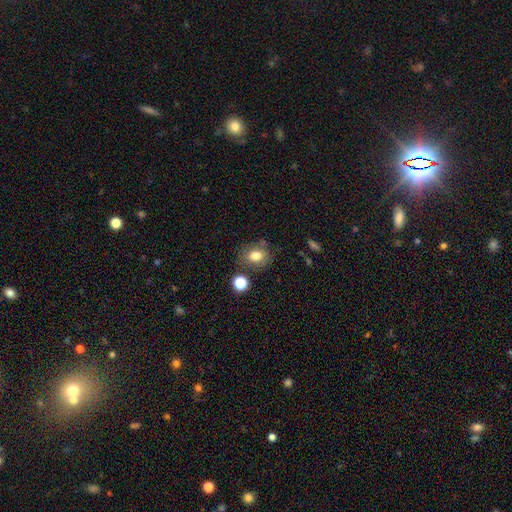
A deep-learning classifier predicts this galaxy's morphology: Smooth or featured? Predicted: smooth (p=0.77). How rounded? Predicted: in between (p=0.56). Merging? Predicted: none (p=0.69).